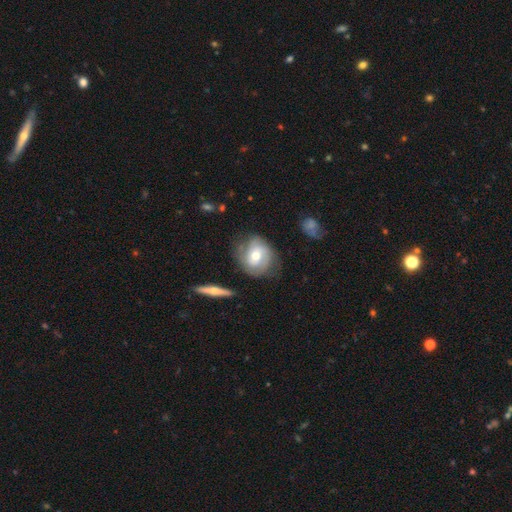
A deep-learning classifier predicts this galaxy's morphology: This is likely a featured or disk galaxy (64%). It is clearly not viewed edge-on (95%). Bar: likely no (65%). Spiral arm pattern: clearly yes (81%). Central bulge: likely moderate (72%). Merging: likely none (66%).